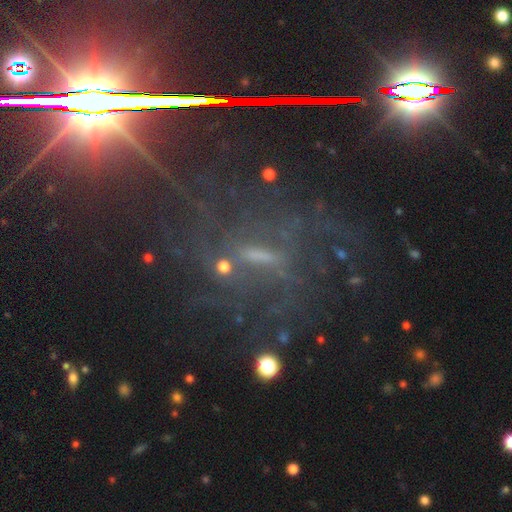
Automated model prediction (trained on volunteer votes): featured or disk 45%, star or artifact 38%, smooth 16%. Down the decision tree: merging — none (56%).